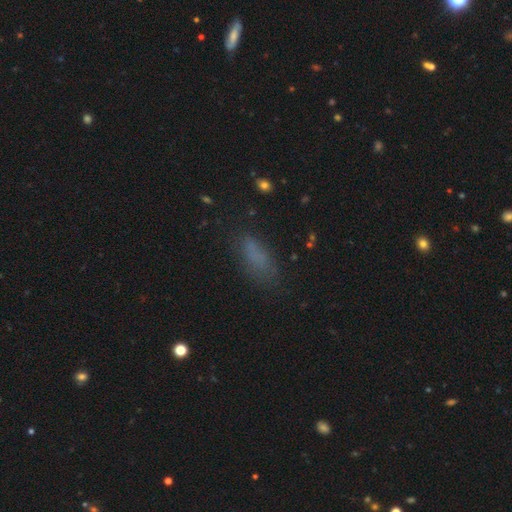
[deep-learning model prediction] The model was most divided on "how rounded": in between: 70%, cigar-shaped: 26%, round: 4%. More confident: smooth or featured — smooth (74%); merging — none (67%).